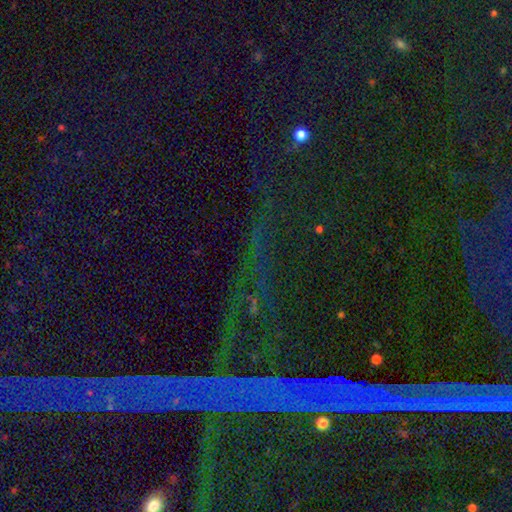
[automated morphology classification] star or artifact 84%, featured or disk 8%, smooth 8%.